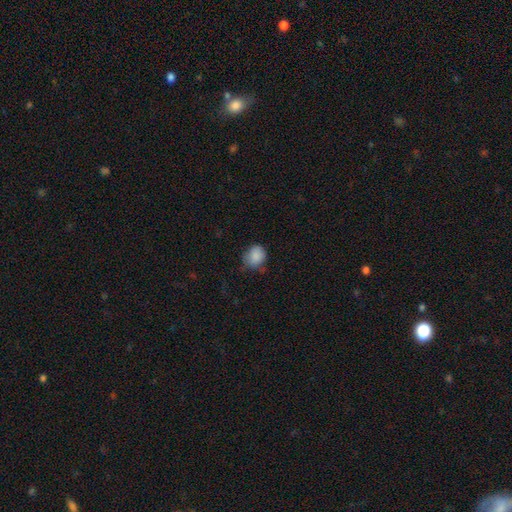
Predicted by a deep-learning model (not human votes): Smooth or featured?
  - smooth: 86% *
  - star or artifact: 8%
  - featured or disk: 6%
How rounded?
  - round: 65% *
  - in between: 34%
  - cigar-shaped: 1%
Merging?
  - none: 61% *
  - minor disturbance: 31%
  - major disturbance: 6%
  - merger: 2%